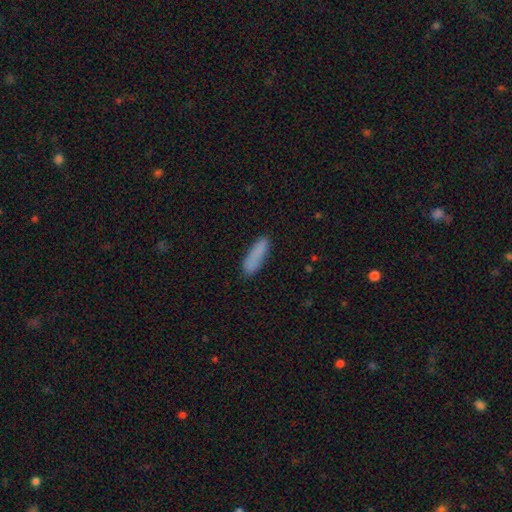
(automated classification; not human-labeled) Overall: smooth (86%). How rounded: cigar-shaped (63%; in between 36%). Merging: none (83%).